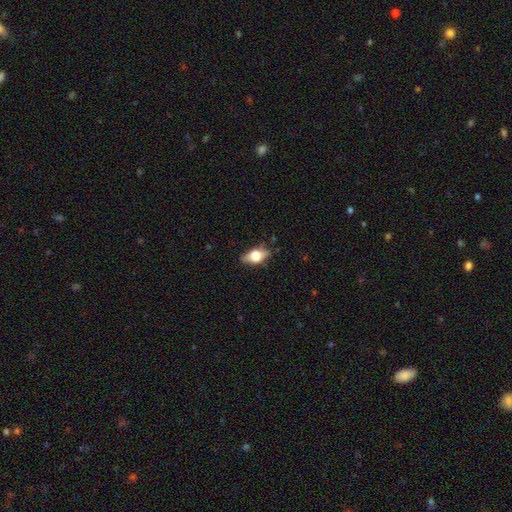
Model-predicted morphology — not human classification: Smooth or featured? Predicted: smooth (p=0.60). How rounded? Predicted: in between (p=0.82). Merging? Predicted: none (p=0.76).